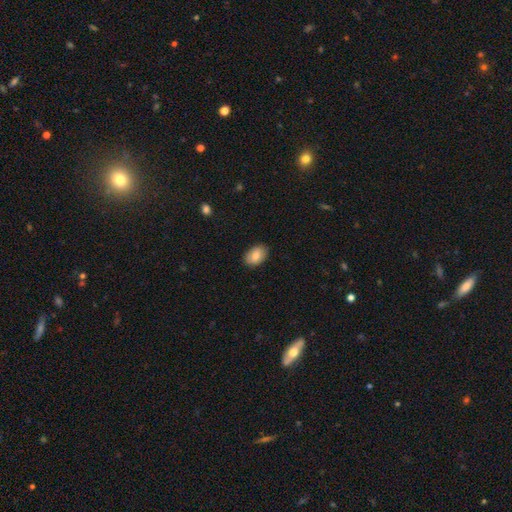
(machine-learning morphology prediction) Q: Smooth or featured?
A: smooth (81%); runner-up: featured or disk (12%)
Q: How rounded?
A: in between (85%); runner-up: round (14%)
Q: Merging?
A: none (88%); runner-up: minor disturbance (10%)